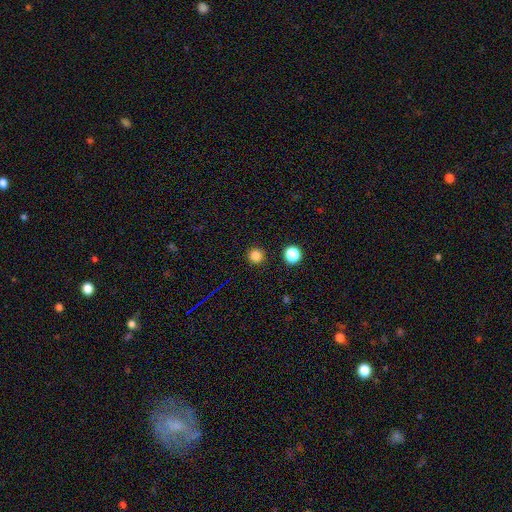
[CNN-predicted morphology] A smooth galaxy with no disk features (82%) that is round (96%). Merging: none (91%).